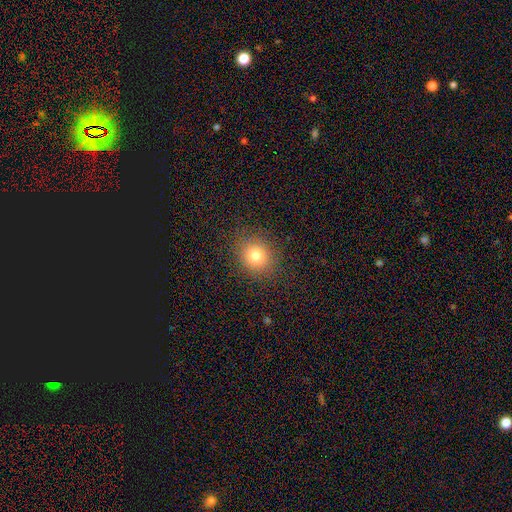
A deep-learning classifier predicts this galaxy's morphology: Smooth or featured? smooth (78%)
How rounded? round (77%)
Merging? none (87%)